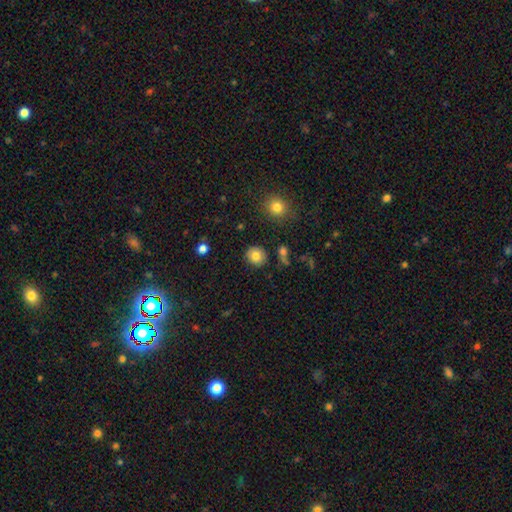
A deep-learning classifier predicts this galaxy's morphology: smooth 82%, star or artifact 10%, featured or disk 8%. Down the decision tree: how rounded — round (85%); merging — none (87%).